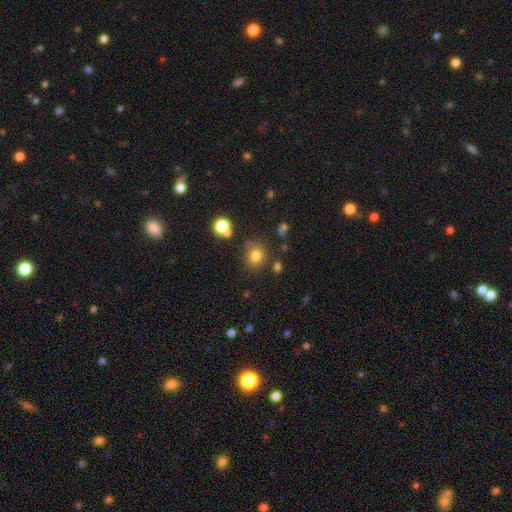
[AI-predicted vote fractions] Morphology: type=smooth (78%); roundness=round (75%); merging=none (75%).